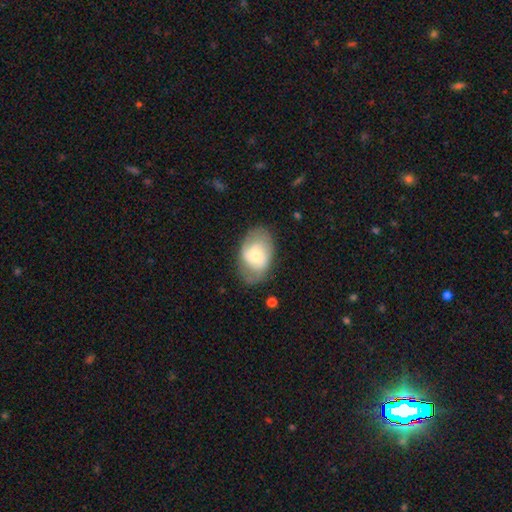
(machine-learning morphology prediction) Overall: featured or disk (49%; smooth 44%). Merging: none (68%).